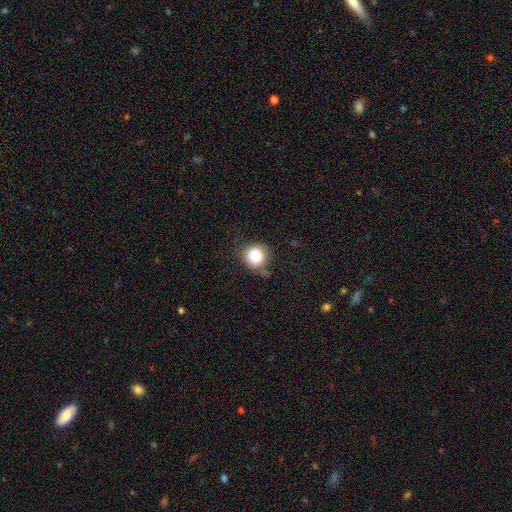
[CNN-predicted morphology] type=smooth (82%); roundness=round (89%); merging=none (63%).